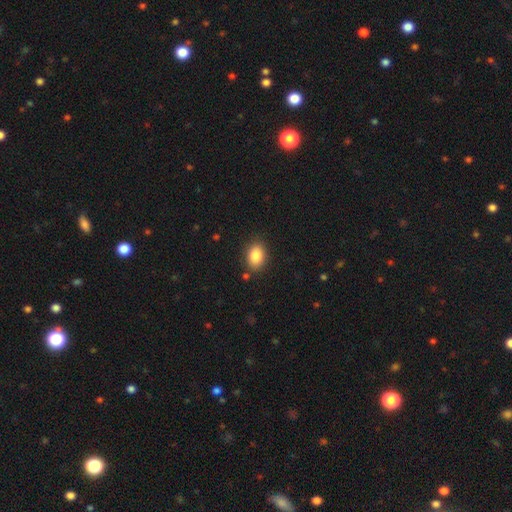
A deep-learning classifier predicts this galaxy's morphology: This is clearly a smooth galaxy (87%). How rounded: likely in between (79%). Merging: clearly none (84%).